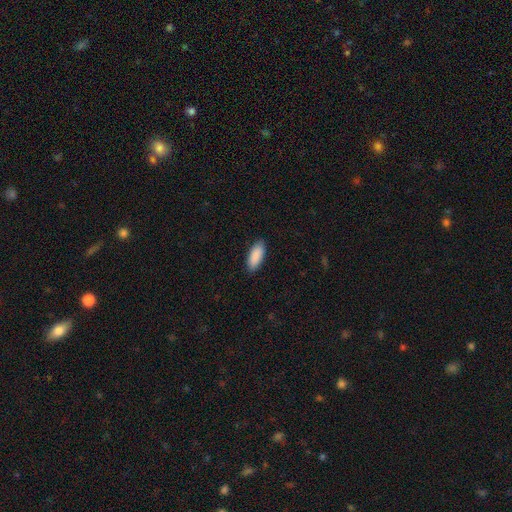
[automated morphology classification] Smooth or featured: smooth — 91% (star or artifact — 6%)
How rounded: in between — 81% (cigar-shaped — 17%)
Merging: none — 89% (minor disturbance — 9%)